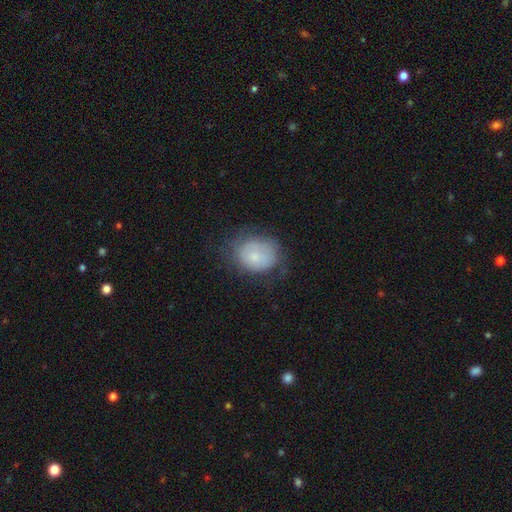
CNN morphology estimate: Smooth or featured? smooth (64%)
How rounded? round (61%)
Merging? none (59%)